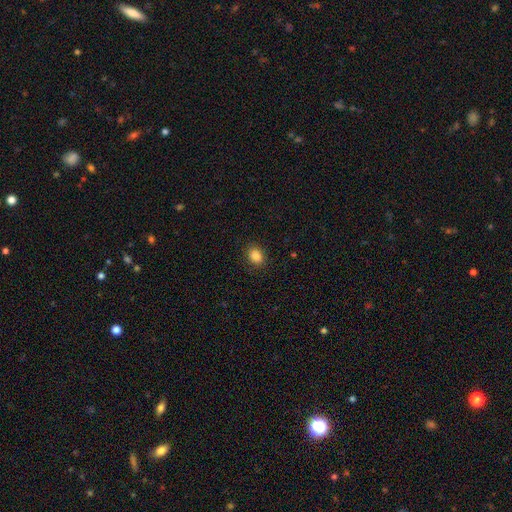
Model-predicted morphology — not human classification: type=smooth (85%); roundness=round (50%); merging=none (89%).